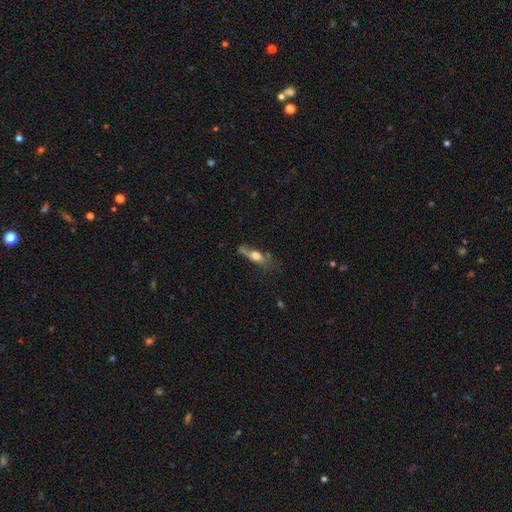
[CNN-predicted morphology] A smooth galaxy with no disk features (57%) that is in between round and cigar-shaped (50%). Merging: none (36%).